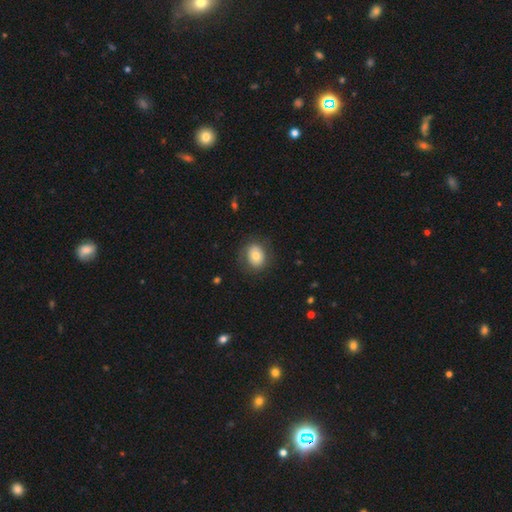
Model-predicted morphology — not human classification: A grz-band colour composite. It shows a smooth galaxy with no disk features (74%) that is round (54%). Merging: none (80%).